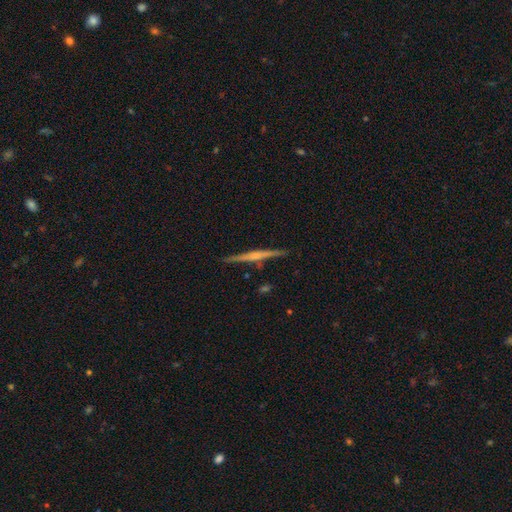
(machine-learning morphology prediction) Overall: featured or disk (71%). Edge-on disk: yes (98%). Edge-on bulge: rounded (48%; none 33%). Merging: none (88%).